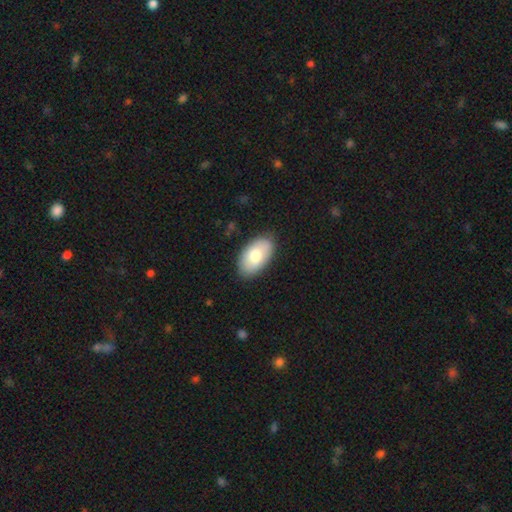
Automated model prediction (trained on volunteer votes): Smooth or featured? smooth (74%)
How rounded? in between (94%)
Merging? none (85%)